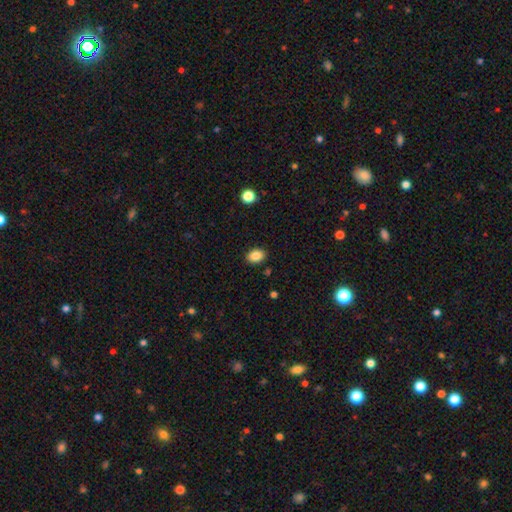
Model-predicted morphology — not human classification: This appears to be a smooth galaxy with no disk features (86%) that is in between round and cigar-shaped (72%). Merging: none (88%).